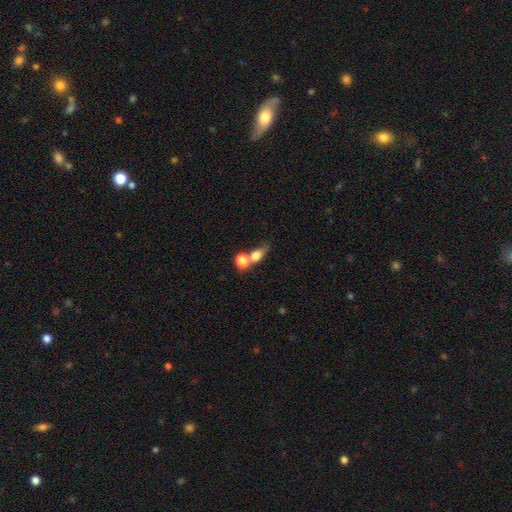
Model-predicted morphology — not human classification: Smooth or featured?
  - smooth: 73% *
  - featured or disk: 16%
  - star or artifact: 11%
How rounded?
  - in between: 50% *
  - round: 43%
  - cigar-shaped: 8%
Merging?
  - merger: 52% *
  - none: 30%
  - minor disturbance: 10%
  - major disturbance: 8%